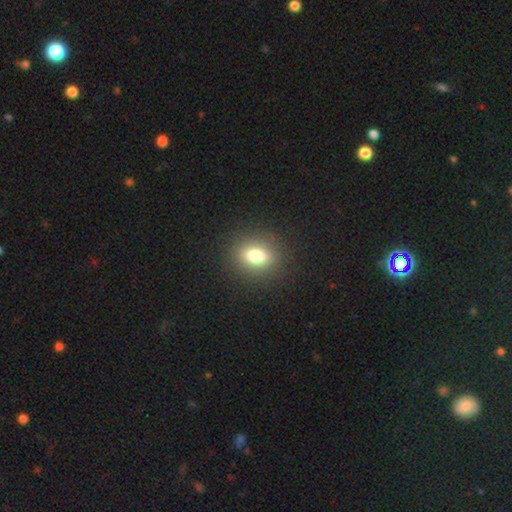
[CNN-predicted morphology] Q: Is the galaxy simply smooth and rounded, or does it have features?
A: smooth — 76%.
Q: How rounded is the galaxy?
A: in between — 55%.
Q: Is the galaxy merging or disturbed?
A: none — 89%.